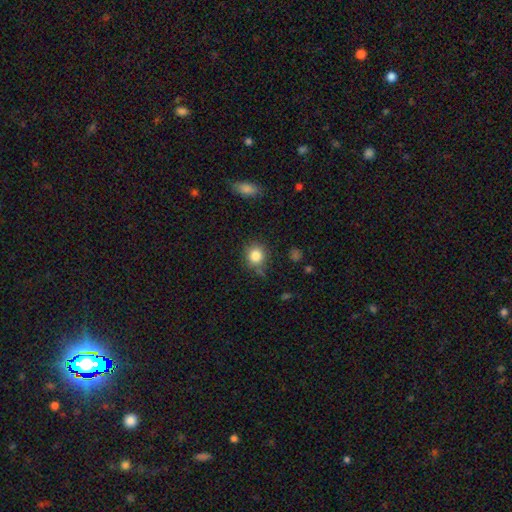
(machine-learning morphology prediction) This appears to be a smooth galaxy with no disk features (83%) that is round (83%). Merging: none (76%).